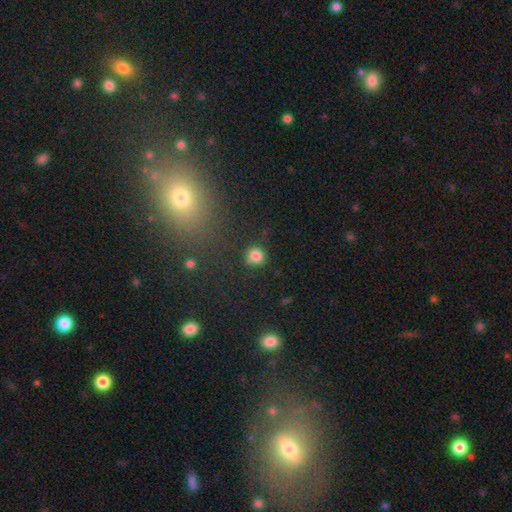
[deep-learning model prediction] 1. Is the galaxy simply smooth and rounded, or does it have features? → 82% smooth, 12% star or artifact, 6% featured or disk.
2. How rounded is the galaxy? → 88% round, 11% in between, 1% cigar-shaped.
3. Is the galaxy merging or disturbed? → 78% none, 14% minor disturbance, 4% major disturbance, 4% merger.